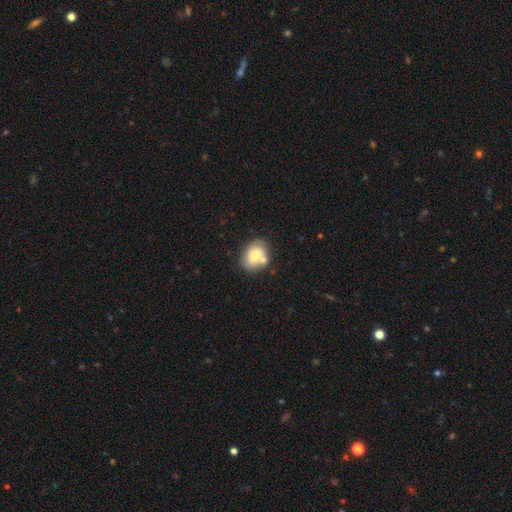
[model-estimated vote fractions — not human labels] smooth_or_featured: smooth (p=0.73) [alt: featured or disk p=0.20]
how_rounded: in between (p=0.67) [alt: round p=0.32]
merging: none (p=0.56) [alt: merger p=0.21]